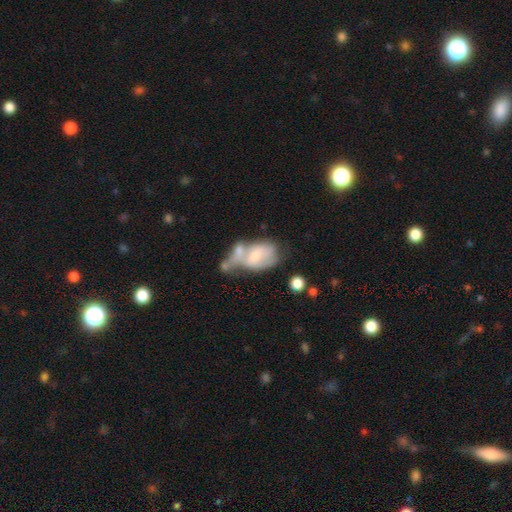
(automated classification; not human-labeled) Overall: featured or disk (49%; smooth 43%). Merging: merger (51%; major disturbance 19%).